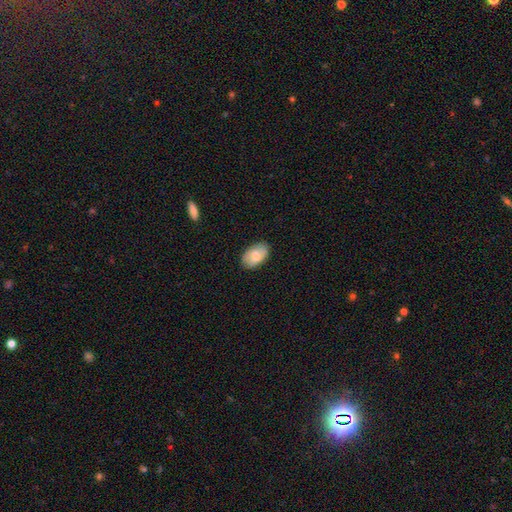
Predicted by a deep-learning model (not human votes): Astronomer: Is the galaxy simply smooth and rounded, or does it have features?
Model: smooth — 74%.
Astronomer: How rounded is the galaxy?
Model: in between — 93%.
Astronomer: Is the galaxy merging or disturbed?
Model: none — 81%.